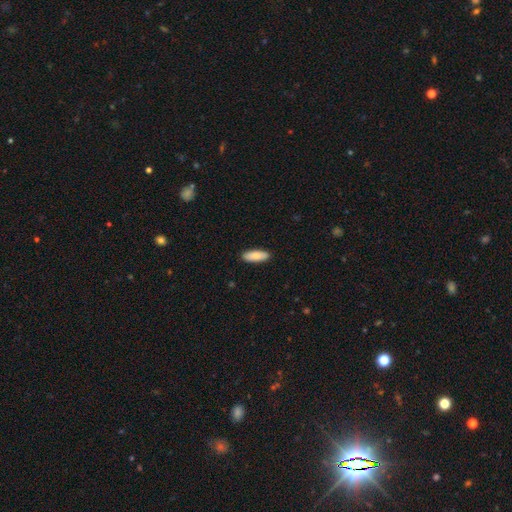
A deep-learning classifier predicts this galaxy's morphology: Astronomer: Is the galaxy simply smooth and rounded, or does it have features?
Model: smooth — 86%.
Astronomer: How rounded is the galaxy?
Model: in between — 67%.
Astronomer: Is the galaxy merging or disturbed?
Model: none — 91%.